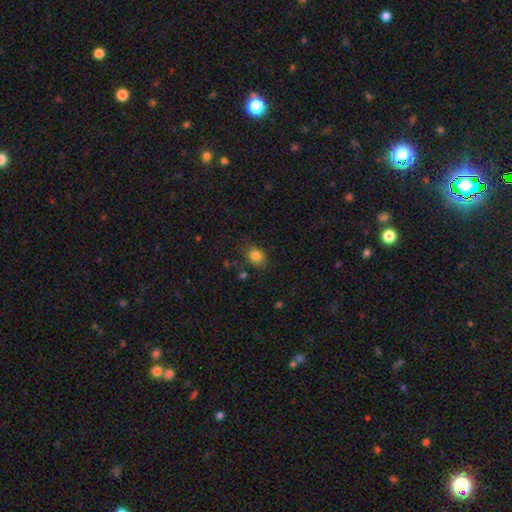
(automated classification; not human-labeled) Smooth or featured? Predicted: smooth (p=0.83). How rounded? Predicted: in between (p=0.55). Merging? Predicted: none (p=0.78).